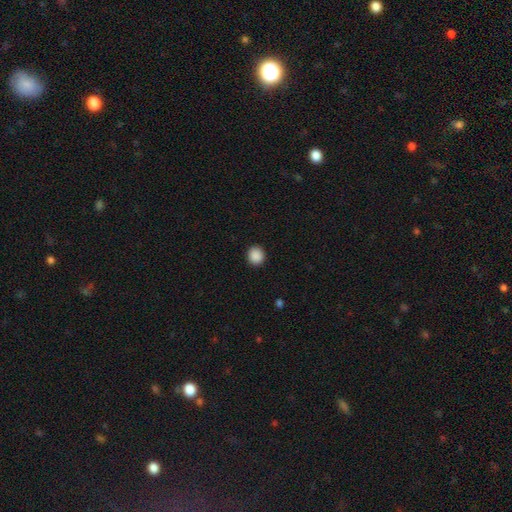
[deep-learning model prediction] Overall: smooth (89%). How rounded: round (85%). Merging: none (92%).